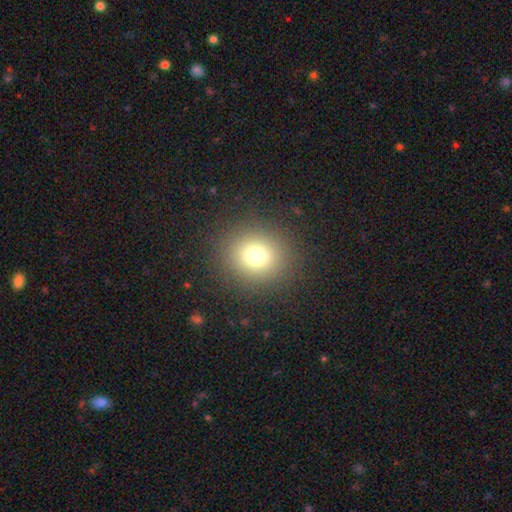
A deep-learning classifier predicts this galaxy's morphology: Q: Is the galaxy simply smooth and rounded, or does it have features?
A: smooth — 76%.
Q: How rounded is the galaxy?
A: round — 86%.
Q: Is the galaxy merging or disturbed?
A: none — 89%.